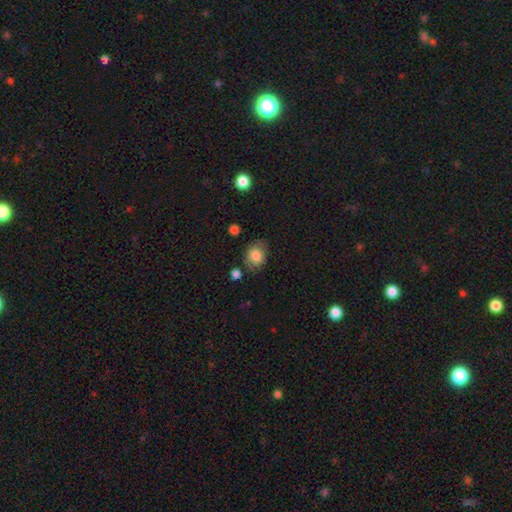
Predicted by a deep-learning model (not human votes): smooth_or_featured: smooth (p=0.79) [alt: featured or disk p=0.13]
how_rounded: in between (p=0.56) [alt: round p=0.43]
merging: none (p=0.68) [alt: minor disturbance p=0.21]